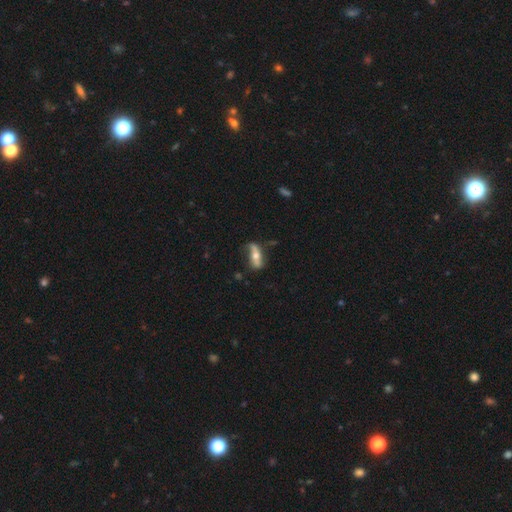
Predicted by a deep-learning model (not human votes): This appears to be a featured or disk galaxy (59%). Merging: none (56%).